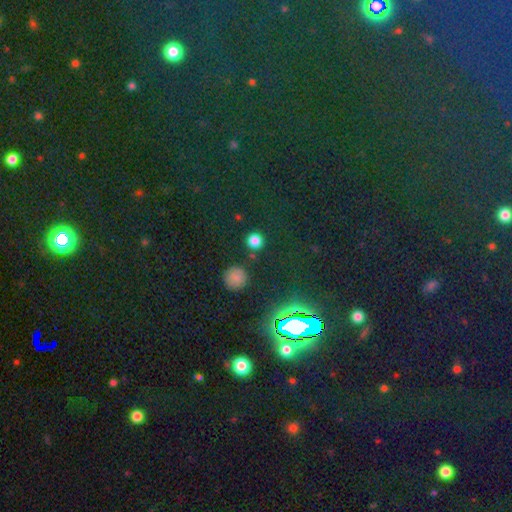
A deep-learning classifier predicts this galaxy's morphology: type=star or artifact (76%).